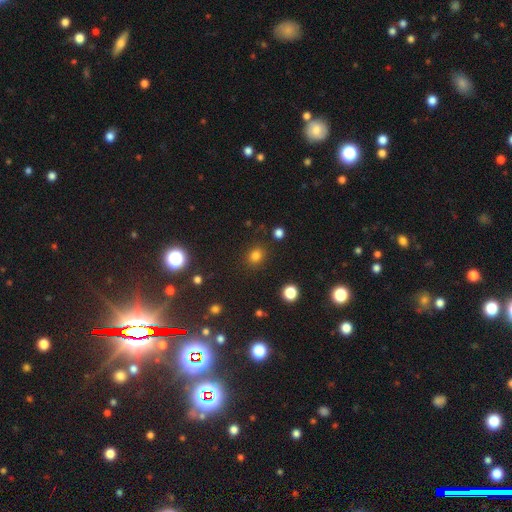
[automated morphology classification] This appears to be a smooth galaxy with no disk features (80%) that is round (67%). Merging: none (86%).